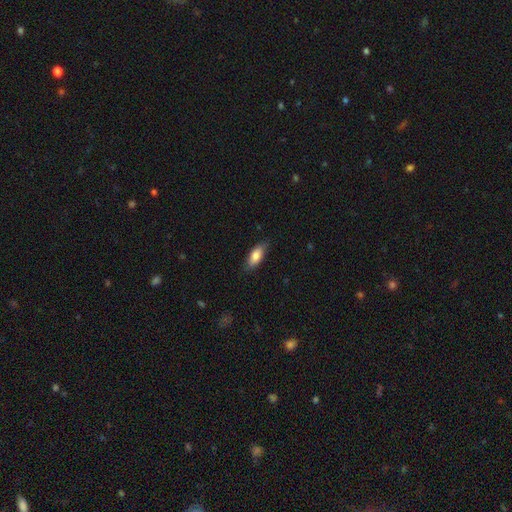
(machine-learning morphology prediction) A smooth galaxy with no disk features (81%) that is in between round and cigar-shaped (80%).

Vote fractions:
- Smooth or featured? smooth: 81% / featured or disk: 13% / star or artifact: 6%
- How rounded? in between: 80% / cigar-shaped: 18% / round: 2%
- Merging? none: 80% / minor disturbance: 16% / major disturbance: 3% / merger: 1%